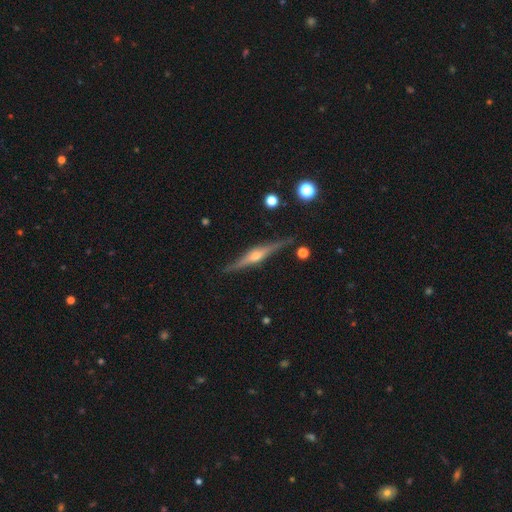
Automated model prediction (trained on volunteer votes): smooth-or-featured: featured or disk: 81% | smooth: 13% | star or artifact: 6%
  disk-edge-on: yes: 98% | no: 2%
    edge-on-bulge: rounded: 89% | boxy: 8% | none: 4%
  merging: none: 87% | minor disturbance: 9% | major disturbance: 2% | merger: 2%